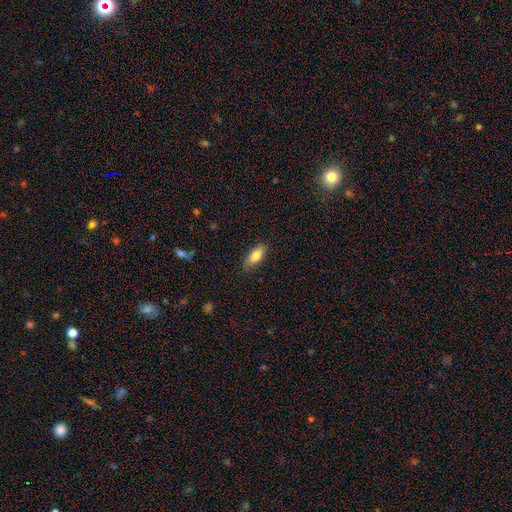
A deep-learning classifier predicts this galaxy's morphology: This appears to be a smooth galaxy with no disk features (82%) that is in between round and cigar-shaped (80%). Merging: none (78%).